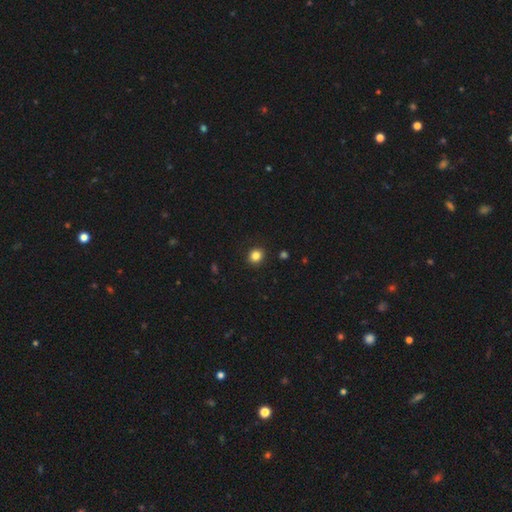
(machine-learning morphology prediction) Smooth or featured? Predicted: smooth (p=0.84). How rounded? Predicted: round (p=0.79). Merging? Predicted: none (p=0.90).